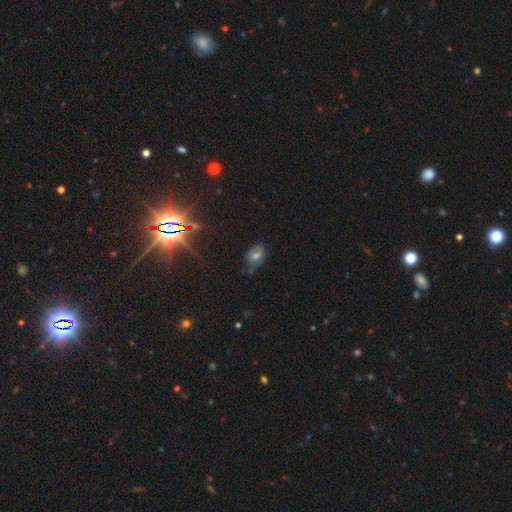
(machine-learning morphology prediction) smooth_or_featured: smooth (p=0.44) [alt: star or artifact p=0.31]
merging: none (p=0.66) [alt: minor disturbance p=0.24]